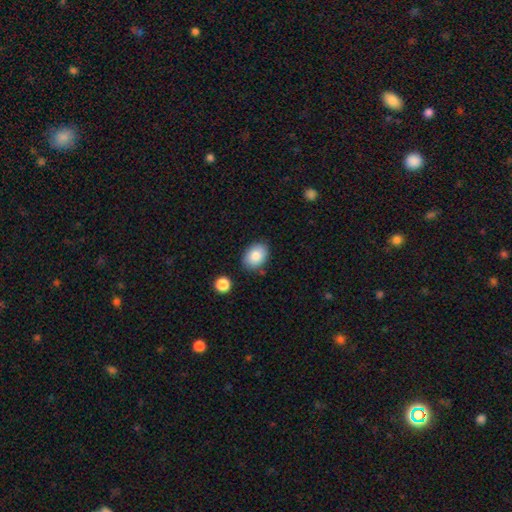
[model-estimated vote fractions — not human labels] Morphology: type=smooth (84%); roundness=in between (76%); merging=none (83%).